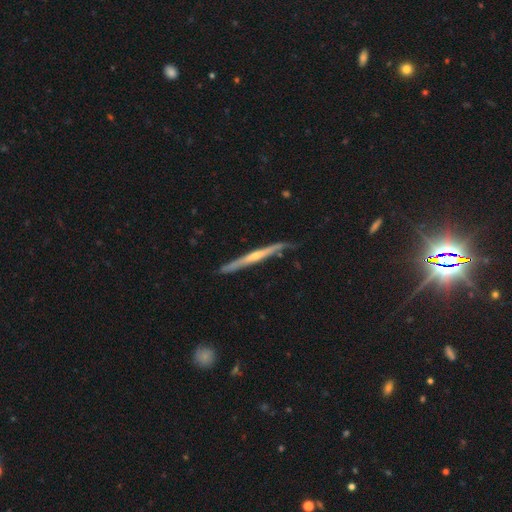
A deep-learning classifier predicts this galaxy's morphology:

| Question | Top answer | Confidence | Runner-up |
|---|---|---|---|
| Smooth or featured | featured or disk | 72% | smooth (18%) |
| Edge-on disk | yes | 97% | no (3%) |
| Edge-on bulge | rounded | 71% | none (22%) |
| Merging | none | 86% | minor disturbance (11%) |